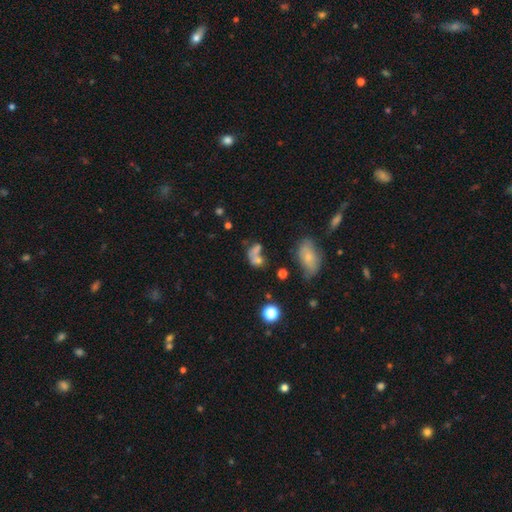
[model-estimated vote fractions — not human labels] Smooth or featured? smooth (61%)
How rounded? in between (70%)
Merging? merger (46%)